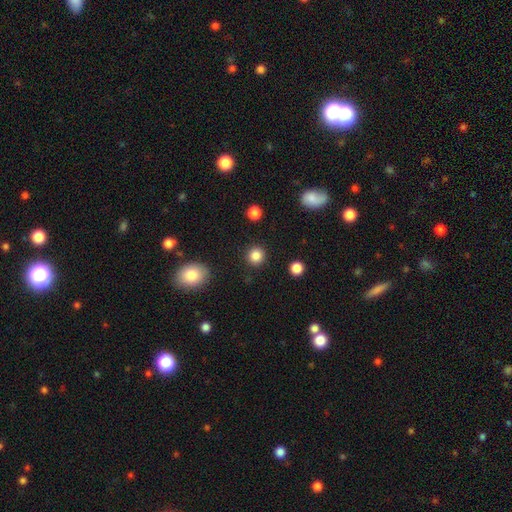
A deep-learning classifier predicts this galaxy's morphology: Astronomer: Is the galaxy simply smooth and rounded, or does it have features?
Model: smooth — 85%.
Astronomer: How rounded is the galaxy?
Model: round — 93%.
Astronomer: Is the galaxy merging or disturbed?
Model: none — 91%.